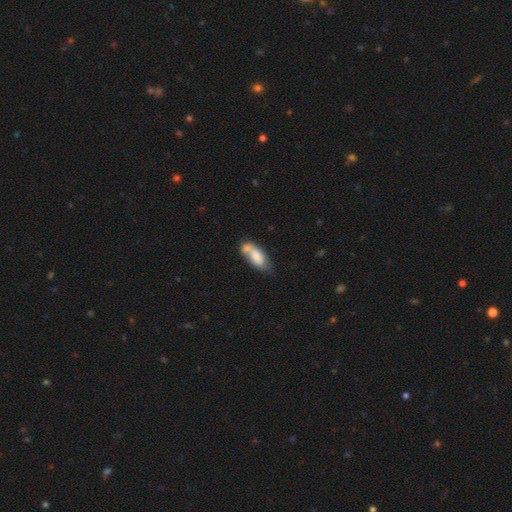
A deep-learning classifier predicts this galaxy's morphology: smooth_or_featured: smooth (p=0.71) [alt: featured or disk p=0.23]
how_rounded: in between (p=0.76) [alt: cigar-shaped p=0.22]
merging: none (p=0.38) [alt: merger p=0.29]